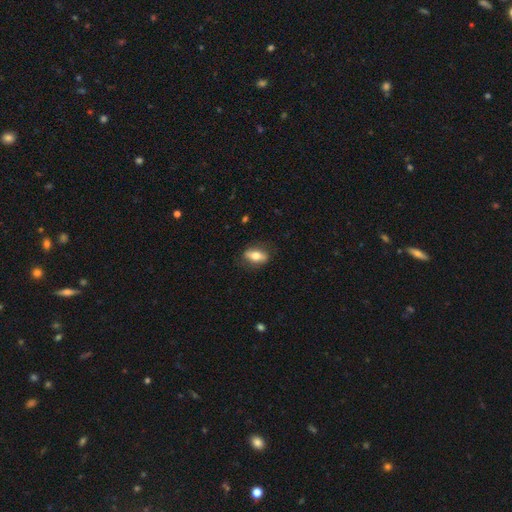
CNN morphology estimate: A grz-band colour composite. It shows a smooth galaxy with no disk features (62%) that is in between round and cigar-shaped (79%). Merging: none (80%).